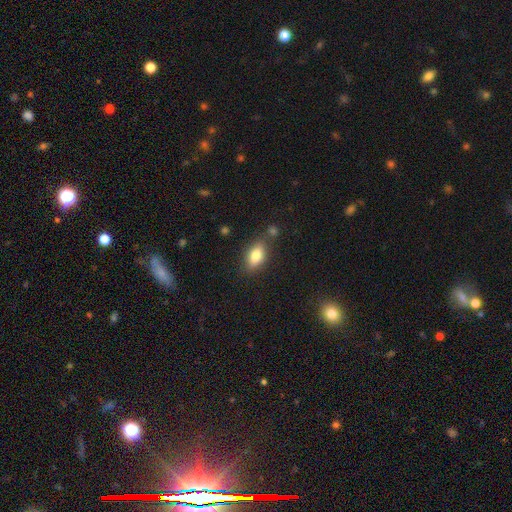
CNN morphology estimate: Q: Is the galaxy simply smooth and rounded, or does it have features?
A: smooth — 79%.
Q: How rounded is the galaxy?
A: in between — 85%.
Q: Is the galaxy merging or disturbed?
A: none — 76%.